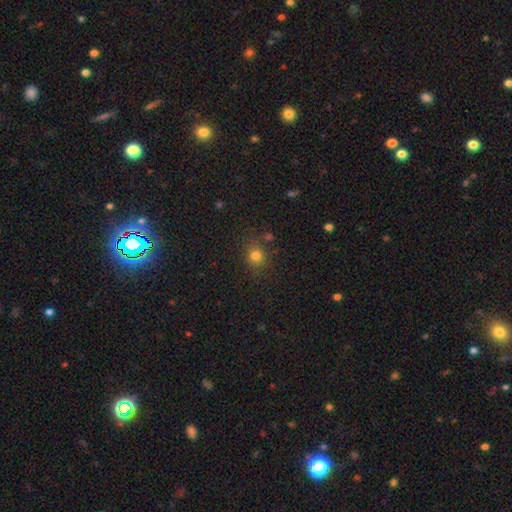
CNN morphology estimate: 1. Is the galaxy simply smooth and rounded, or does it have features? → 78% smooth, 16% star or artifact, 7% featured or disk.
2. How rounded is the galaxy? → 80% round, 19% in between, 1% cigar-shaped.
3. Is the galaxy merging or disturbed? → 80% none, 12% minor disturbance, 5% merger, 4% major disturbance.